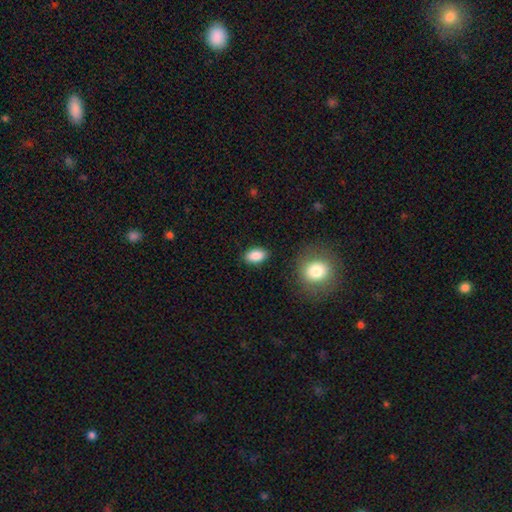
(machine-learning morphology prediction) type=smooth (87%); roundness=in between (90%); merging=none (86%).